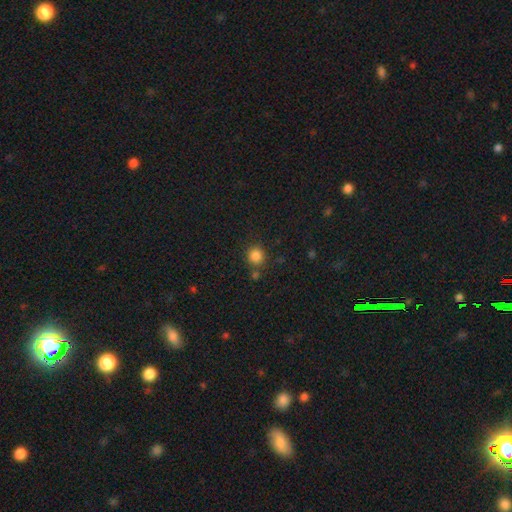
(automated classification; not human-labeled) A smooth galaxy with no disk features (84%) that is round (89%).

Vote fractions:
- Smooth or featured? smooth: 84% / star or artifact: 12% / featured or disk: 4%
- How rounded? round: 89% / in between: 10% / cigar-shaped: 1%
- Merging? none: 78% / minor disturbance: 10% / merger: 9% / major disturbance: 3%